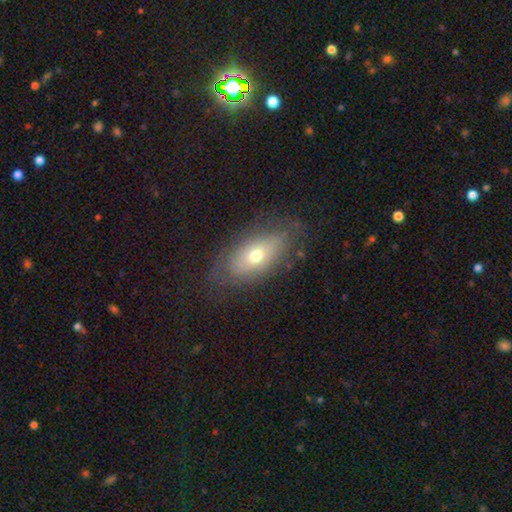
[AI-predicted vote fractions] This appears to be a smooth galaxy with no disk features (52%) that is in between round and cigar-shaped (85%). Merging: none (77%).